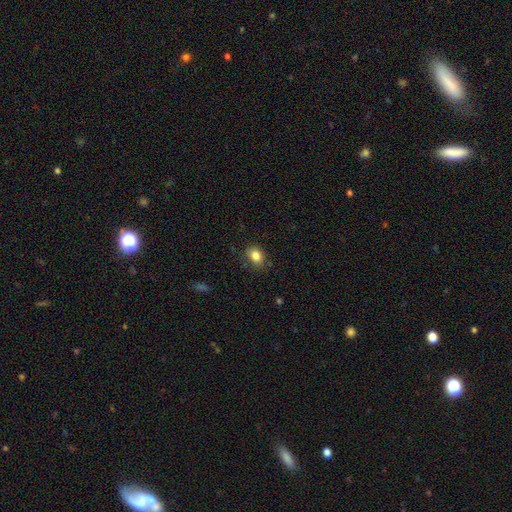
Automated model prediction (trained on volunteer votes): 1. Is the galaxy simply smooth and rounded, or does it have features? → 84% smooth, 9% star or artifact, 7% featured or disk.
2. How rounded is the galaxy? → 69% in between, 29% round, 1% cigar-shaped.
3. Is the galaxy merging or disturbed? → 79% none, 16% minor disturbance, 4% major disturbance, 1% merger.